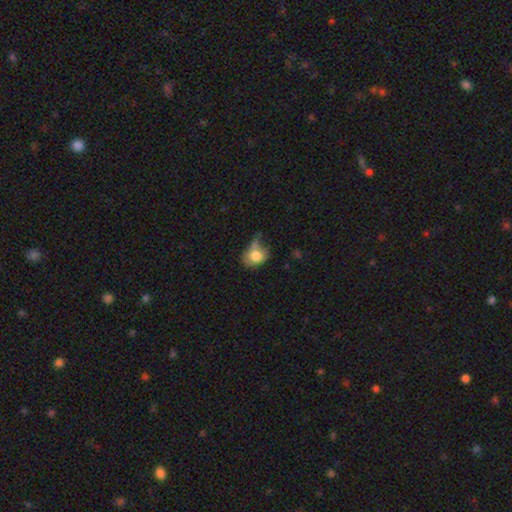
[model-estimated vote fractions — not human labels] Smooth or featured: smooth — 75% (featured or disk — 15%)
How rounded: in between — 59% (round — 40%)
Merging: none — 33% (minor disturbance — 32%)